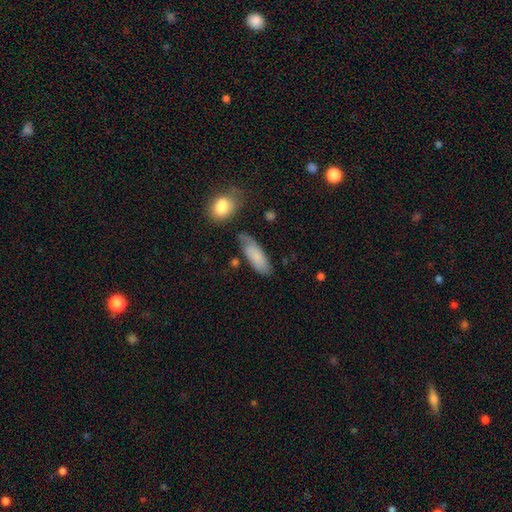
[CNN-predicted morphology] Smooth or featured: smooth — 76% (featured or disk — 17%)
How rounded: in between — 70% (cigar-shaped — 28%)
Merging: none — 60% (minor disturbance — 25%)